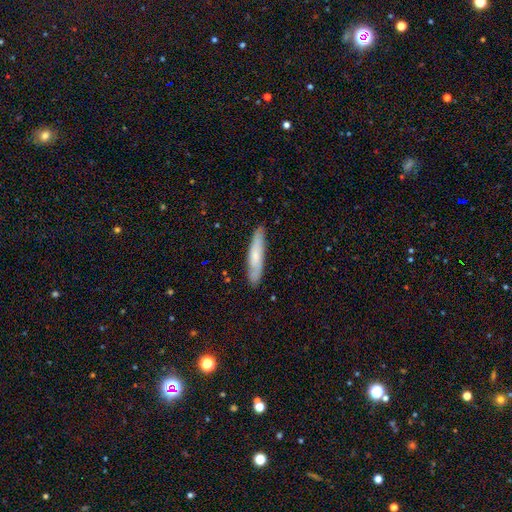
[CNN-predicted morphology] A smooth galaxy with no disk features (61%) that is cigar-shaped (86%).

Vote fractions:
- Smooth or featured? smooth: 61% / featured or disk: 33% / star or artifact: 6%
- How rounded? cigar-shaped: 86% / in between: 13% / round: 1%
- Merging? none: 87% / minor disturbance: 10% / major disturbance: 2% / merger: 1%